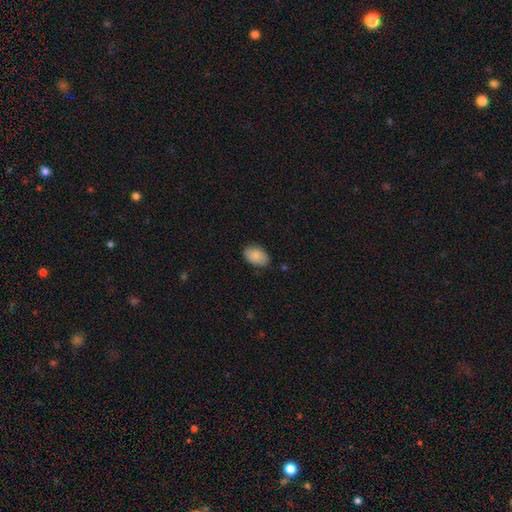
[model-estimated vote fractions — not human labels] Smooth or featured? Predicted: smooth (p=0.84). How rounded? Predicted: in between (p=0.86). Merging? Predicted: none (p=0.81).